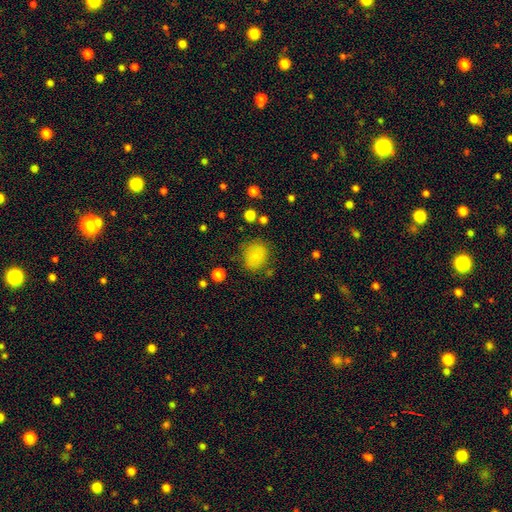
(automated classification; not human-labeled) Morphology: type=smooth (80%); roundness=round (68%); merging=none (74%).